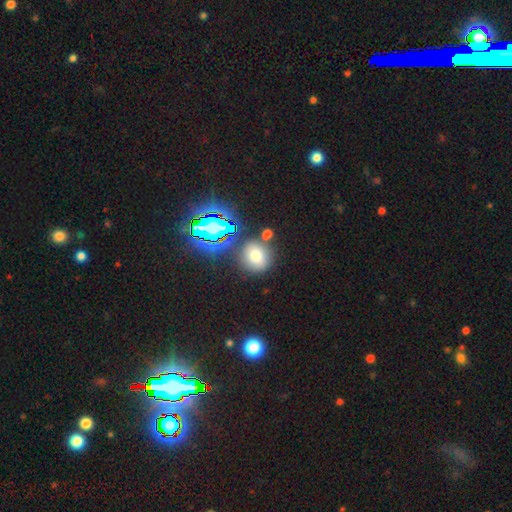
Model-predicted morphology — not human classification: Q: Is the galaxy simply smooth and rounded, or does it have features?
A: smooth — 64%.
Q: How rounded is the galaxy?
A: round — 79%.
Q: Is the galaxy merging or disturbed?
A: none — 73%.